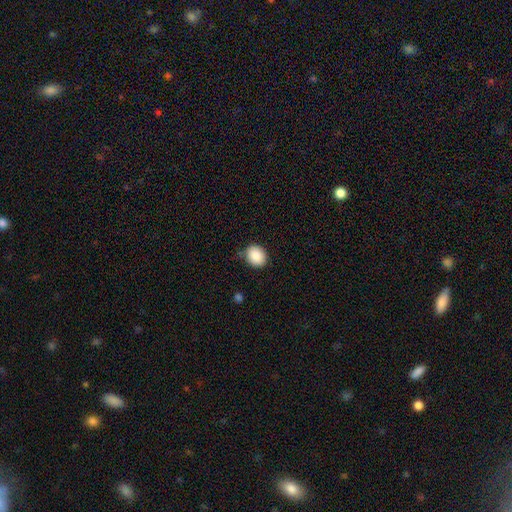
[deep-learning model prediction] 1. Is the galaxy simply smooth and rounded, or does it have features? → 89% smooth, 8% star or artifact, 4% featured or disk.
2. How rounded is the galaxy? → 51% round, 48% in between, 1% cigar-shaped.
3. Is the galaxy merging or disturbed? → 80% none, 15% minor disturbance, 3% major disturbance, 2% merger.